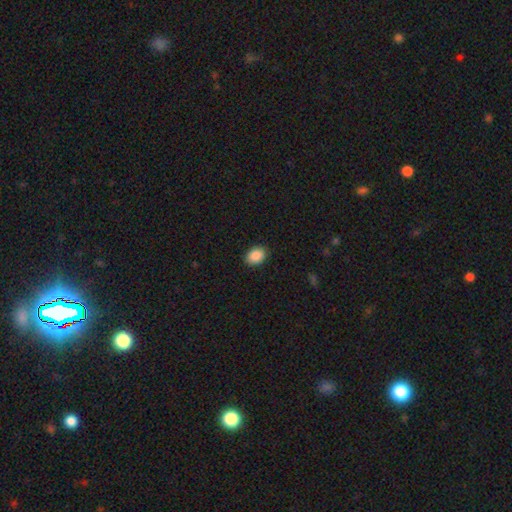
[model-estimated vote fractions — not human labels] The model was most divided on "how rounded": in between: 71%, round: 28%, cigar-shaped: 1%. More confident: smooth or featured — smooth (90%); merging — none (89%).